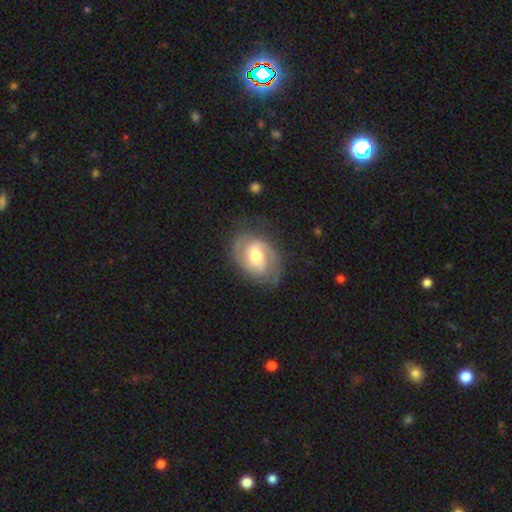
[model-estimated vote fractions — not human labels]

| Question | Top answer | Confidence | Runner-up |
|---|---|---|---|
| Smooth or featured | featured or disk | 81% | smooth (14%) |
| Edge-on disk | no | 97% | yes (3%) |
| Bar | weak | 46% | no (42%) |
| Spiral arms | yes | 94% | no (6%) |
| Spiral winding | tight | 47% | medium (42%) |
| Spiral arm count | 2 | 81% | can't tell (9%) |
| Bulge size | moderate | 63% | small (18%) |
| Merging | none | 73% | minor disturbance (18%) |